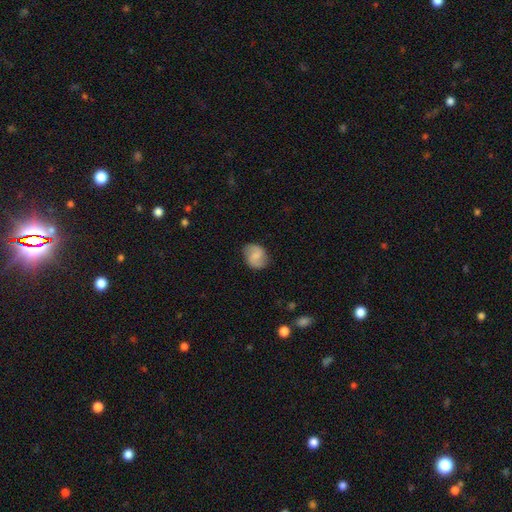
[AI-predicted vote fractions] Q: Smooth or featured?
A: featured or disk (47%); runner-up: smooth (46%)
Q: Merging?
A: none (81%); runner-up: minor disturbance (14%)